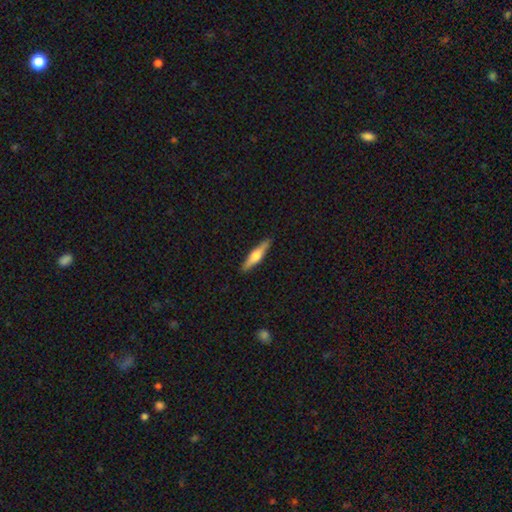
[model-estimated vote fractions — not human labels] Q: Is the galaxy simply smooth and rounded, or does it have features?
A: featured or disk — 54%.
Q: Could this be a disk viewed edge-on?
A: yes — 96%.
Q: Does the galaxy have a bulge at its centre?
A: rounded — 90%.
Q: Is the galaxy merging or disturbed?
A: none — 91%.